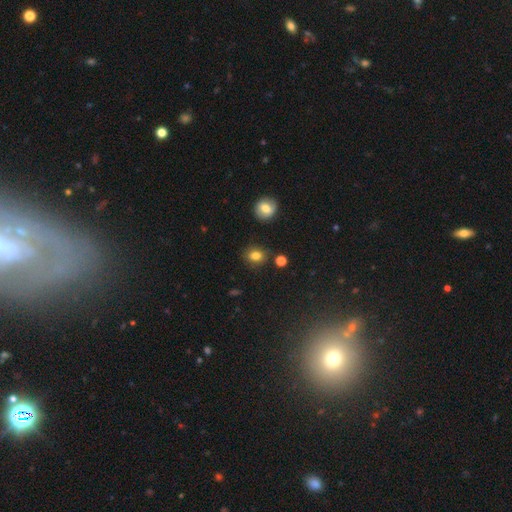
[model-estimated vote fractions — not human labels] Smooth or featured? smooth (82%)
How rounded? round (59%)
Merging? none (83%)